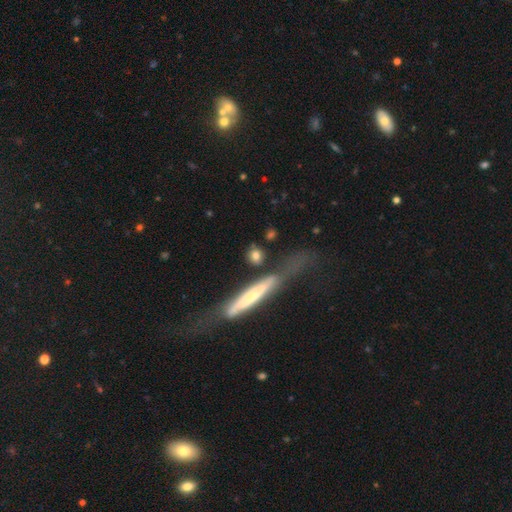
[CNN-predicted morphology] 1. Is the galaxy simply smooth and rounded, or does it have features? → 76% smooth, 17% featured or disk, 7% star or artifact.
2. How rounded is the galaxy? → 59% round, 22% cigar-shaped, 19% in between.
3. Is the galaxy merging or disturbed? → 66% none, 14% minor disturbance, 12% merger, 8% major disturbance.